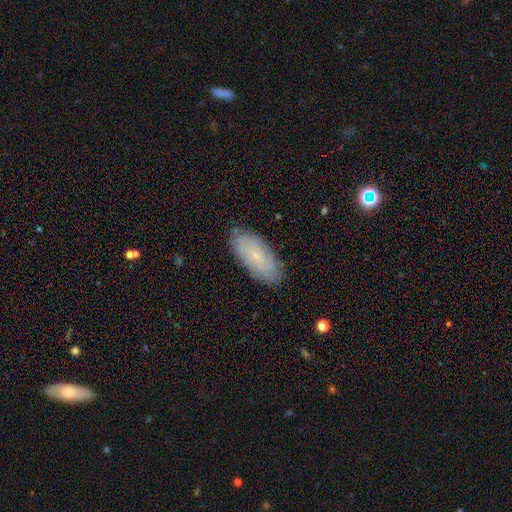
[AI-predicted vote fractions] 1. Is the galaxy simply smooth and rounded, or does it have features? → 52% smooth, 39% featured or disk, 9% star or artifact.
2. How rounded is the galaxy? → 87% in between, 10% cigar-shaped, 3% round.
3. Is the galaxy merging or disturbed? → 83% none, 13% minor disturbance, 3% major disturbance, 1% merger.